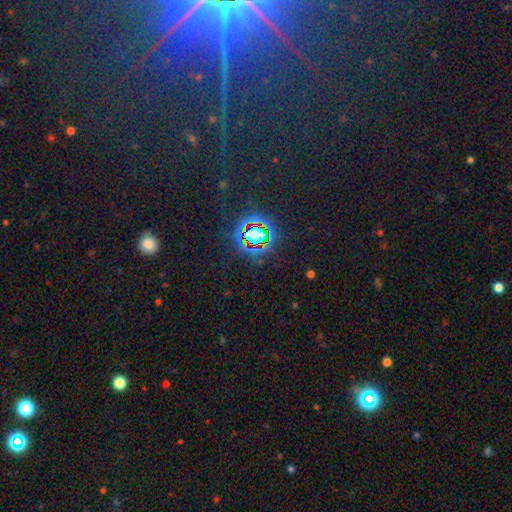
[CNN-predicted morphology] A star or artifact, not a galaxy (82%).

Vote fractions:
- Smooth or featured? star or artifact: 82% / smooth: 10% / featured or disk: 8%